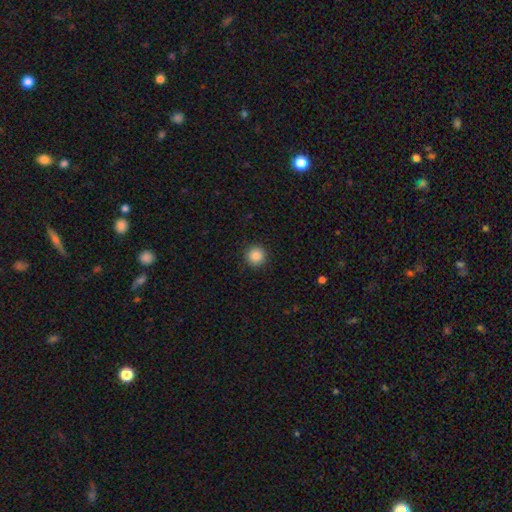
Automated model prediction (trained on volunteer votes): The model was most divided on "smooth or featured": smooth: 86%, star or artifact: 10%, featured or disk: 4%. More confident: how rounded — round (96%); merging — none (92%).